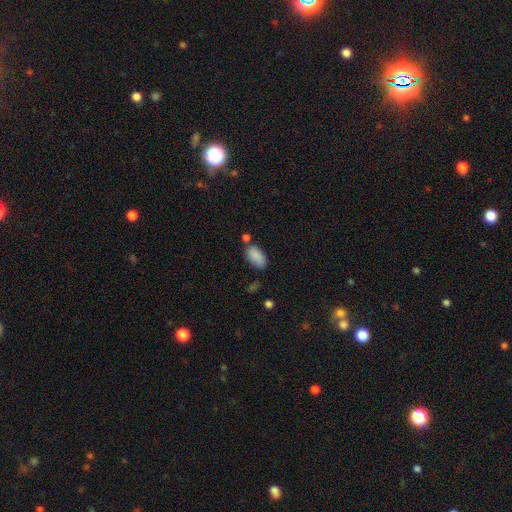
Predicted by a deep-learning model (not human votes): Q: Smooth or featured?
A: smooth (87%); runner-up: star or artifact (8%)
Q: How rounded?
A: in between (93%); runner-up: cigar-shaped (4%)
Q: Merging?
A: none (61%); runner-up: minor disturbance (21%)